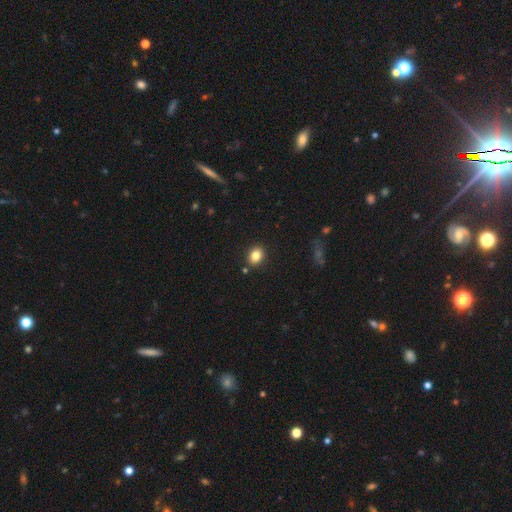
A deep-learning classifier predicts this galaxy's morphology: smooth-or-featured: smooth: 83% | star or artifact: 10% | featured or disk: 7%
  how-rounded: round: 54% | in between: 45% | cigar-shaped: 1%
  merging: none: 87% | minor disturbance: 8% | merger: 3% | major disturbance: 2%